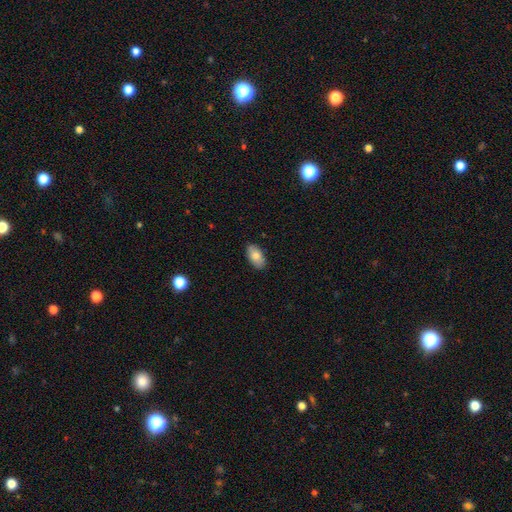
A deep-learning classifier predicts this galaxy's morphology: smooth-or-featured: smooth: 82% | featured or disk: 11% | star or artifact: 7%
  how-rounded: in between: 94% | round: 4% | cigar-shaped: 3%
  merging: none: 88% | minor disturbance: 9% | major disturbance: 2% | merger: 1%